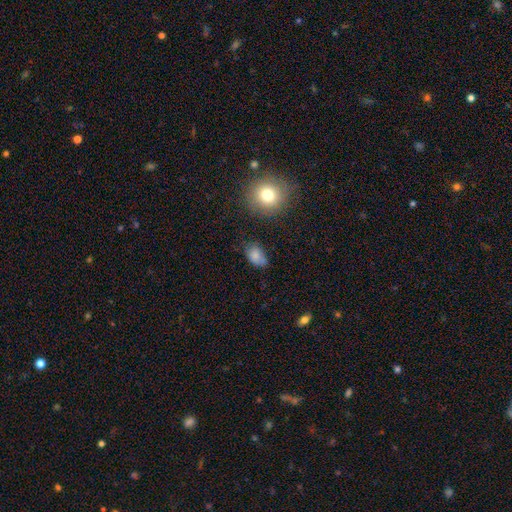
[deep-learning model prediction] smooth_or_featured: smooth (p=0.79) [alt: star or artifact p=0.11]
how_rounded: in between (p=0.84) [alt: round p=0.15]
merging: none (p=0.56) [alt: minor disturbance p=0.30]